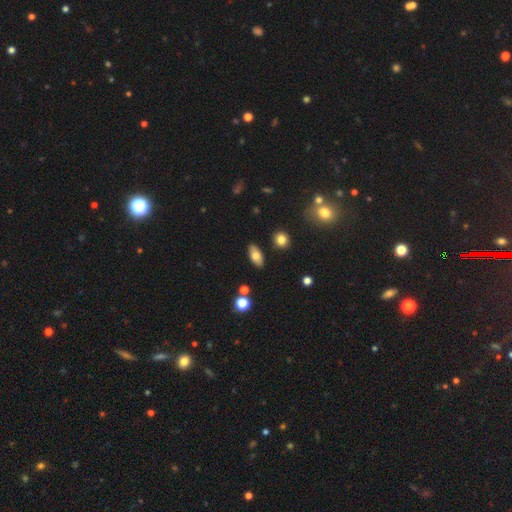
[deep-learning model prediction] smooth 73%, featured or disk 18%, star or artifact 8%. Down the decision tree: how rounded — in between (88%); merging — none (86%).